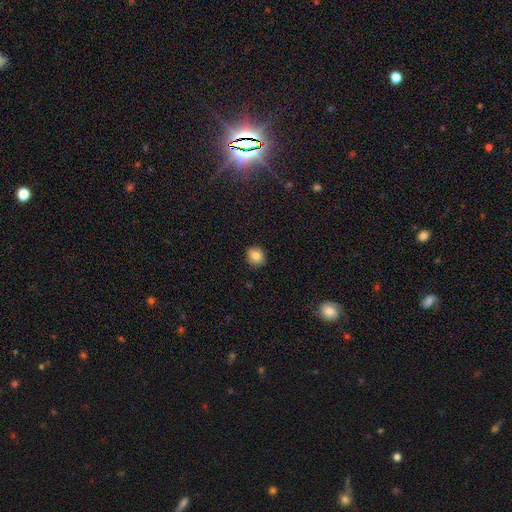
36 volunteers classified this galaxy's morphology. A smooth galaxy with no disk features (89%) that is round (78%).

Vote fractions:
- Smooth or featured? smooth: 89% / featured or disk: 8% / star or artifact: 3%
- How rounded? round: 78% / in between: 19% / cigar-shaped: 3%
- Merging? none: 83% / minor disturbance: 17% / major disturbance: 0% / merger: 0%